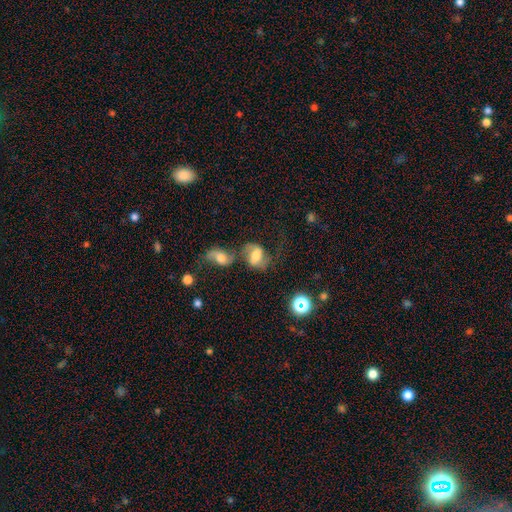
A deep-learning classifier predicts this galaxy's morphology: The model was most divided on "merging" (2-way tie): merger: 36%, none: 36%, minor disturbance: 15%, major disturbance: 13%. Remaining: edge-on disk — no (96%); spiral arms — yes (82%); smooth or featured — featured or disk (54%); bulge size — moderate (48%); bar — weak (46%).